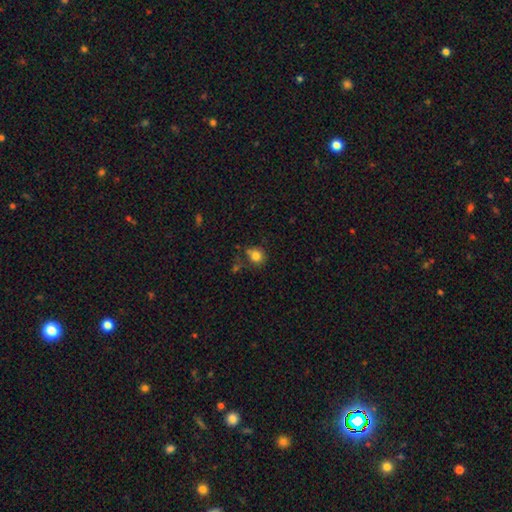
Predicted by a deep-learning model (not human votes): A smooth galaxy with no disk features (82%) that is round (77%). Merging: none (64%).